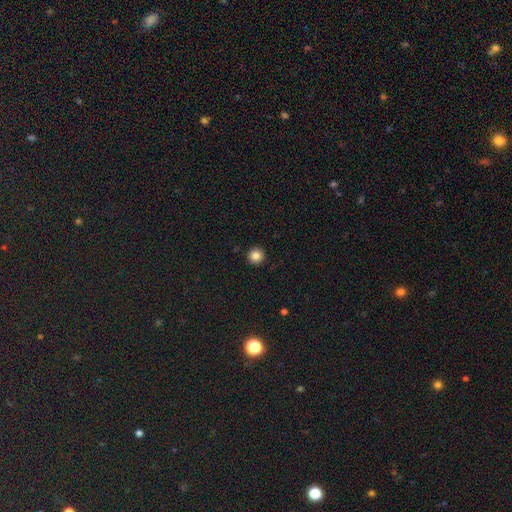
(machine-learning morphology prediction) smooth-or-featured: smooth: 84% | star or artifact: 11% | featured or disk: 5%
  how-rounded: round: 96% | in between: 3% | cigar-shaped: 1%
  merging: none: 93% | minor disturbance: 4% | major disturbance: 2% | merger: 1%